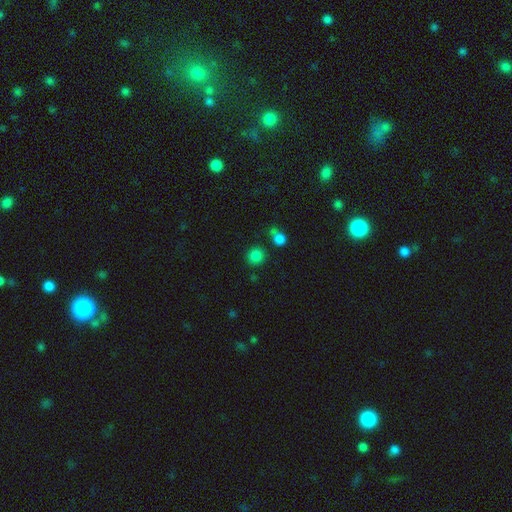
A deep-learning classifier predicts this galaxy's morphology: A smooth galaxy with no disk features (83%) that is round (90%).

Vote fractions:
- Smooth or featured? smooth: 83% / star or artifact: 13% / featured or disk: 4%
- How rounded? round: 90% / in between: 9% / cigar-shaped: 1%
- Merging? none: 78% / merger: 10% / minor disturbance: 8% / major disturbance: 3%